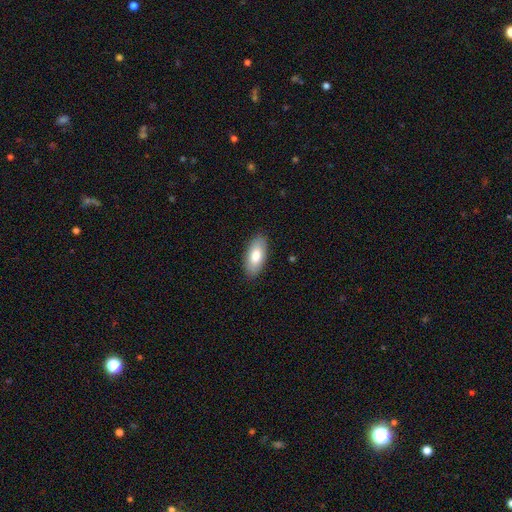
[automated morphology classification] This appears to be a smooth galaxy with no disk features (81%) that is in between round and cigar-shaped (90%). Merging: none (87%).